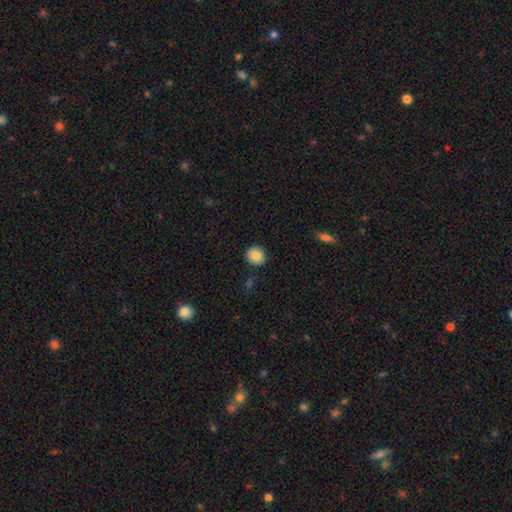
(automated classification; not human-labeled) The model was most divided on "how rounded": round: 79%, in between: 20%, cigar-shaped: 1%. More confident: merging — none (87%); smooth or featured — smooth (87%).